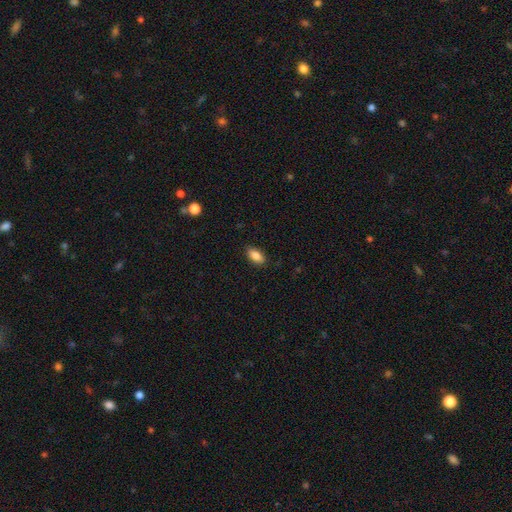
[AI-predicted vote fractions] The model was most divided on "merging": none: 87%, minor disturbance: 10%, major disturbance: 2%, merger: 1%. More confident: how rounded — in between (90%); smooth or featured — smooth (87%).